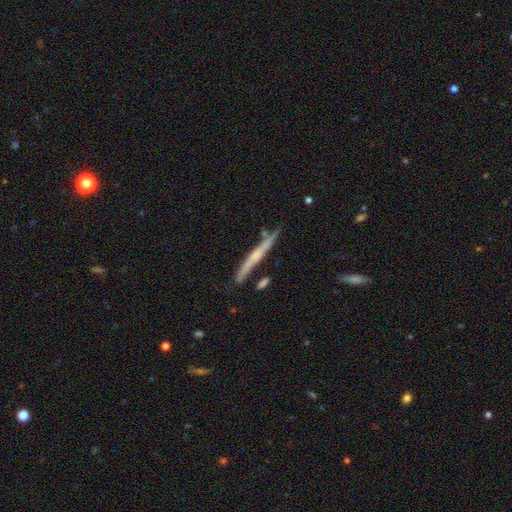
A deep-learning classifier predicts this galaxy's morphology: Smooth or featured? Predicted: featured or disk (p=0.59). Edge-on disk? Predicted: yes (p=0.94). Edge-on bulge? Predicted: none (p=0.54). Merging? Predicted: none (p=0.77).